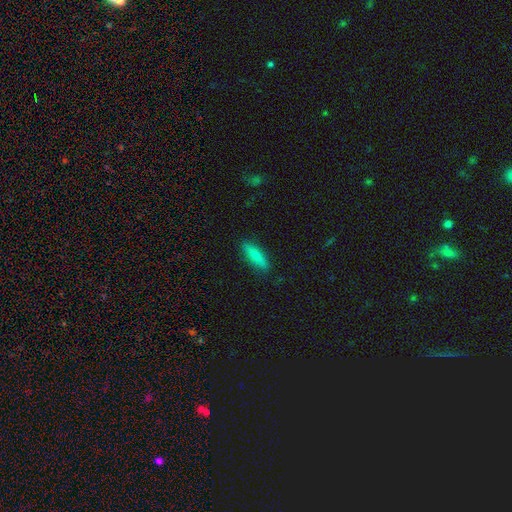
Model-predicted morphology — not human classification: This appears to be a smooth galaxy with no disk features (80%) that is cigar-shaped (70%). Merging: none (87%).